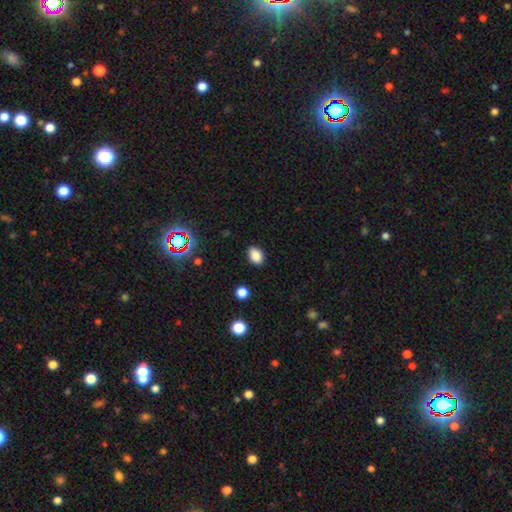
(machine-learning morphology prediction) smooth-or-featured: smooth: 85% | star or artifact: 11% | featured or disk: 4%
  how-rounded: in between: 77% | round: 22% | cigar-shaped: 1%
  merging: none: 87% | minor disturbance: 10% | major disturbance: 2% | merger: 1%